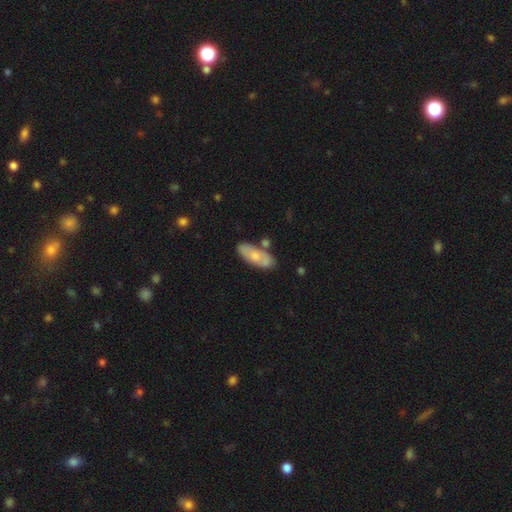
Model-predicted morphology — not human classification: A smooth galaxy with no disk features (59%) that is in between round and cigar-shaped (78%). Merging: none (67%).